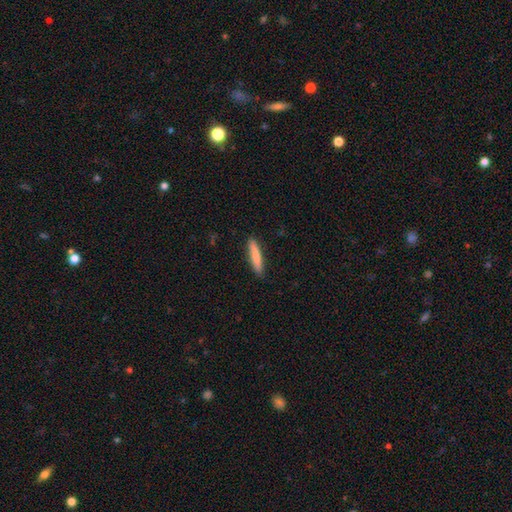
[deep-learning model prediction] Morphology: type=smooth (81%); roundness=cigar-shaped (90%); merging=none (89%).